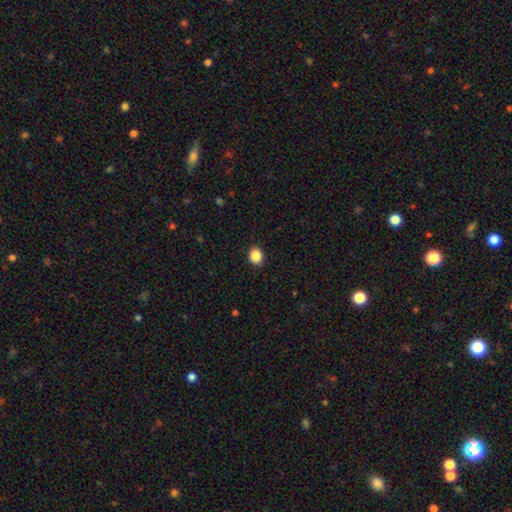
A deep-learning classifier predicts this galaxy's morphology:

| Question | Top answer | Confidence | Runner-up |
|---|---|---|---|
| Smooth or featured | smooth | 87% | star or artifact (10%) |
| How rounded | round | 68% | in between (31%) |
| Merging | none | 91% | minor disturbance (6%) |